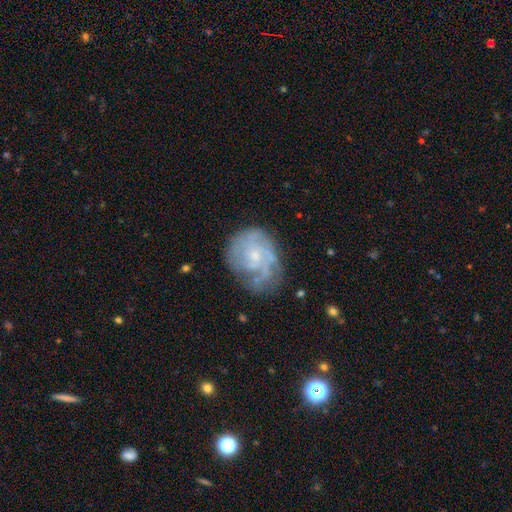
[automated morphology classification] smooth-or-featured: featured or disk: 75% | smooth: 18% | star or artifact: 7%
  disk-edge-on: no: 98% | yes: 2%
    bar: no: 72% | weak: 25% | strong: 3%
    has-spiral-arms: yes: 88% | no: 12%
      spiral-winding: tight: 54% | medium: 33% | loose: 13%
      spiral-arm-count: can't tell: 40% | 3: 21% | 2: 14% | 4: 13% | 1: 6% | more than 4: 6%
    bulge-size: small: 63% | moderate: 26% | none: 8% | large: 2% | dominant: 1%
  merging: none: 59% | minor disturbance: 24% | major disturbance: 15% | merger: 3%